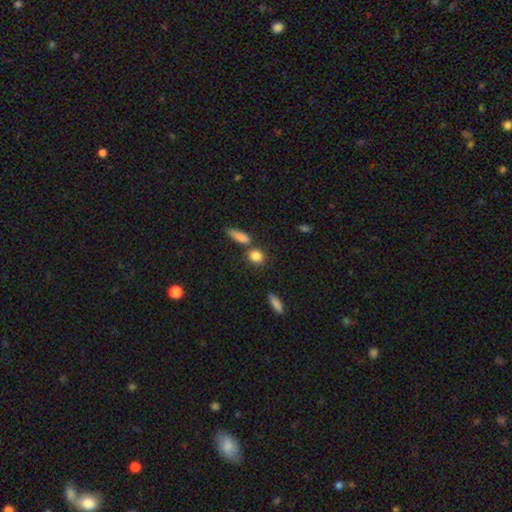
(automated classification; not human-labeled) Smooth or featured?
  - smooth: 84% *
  - star or artifact: 9%
  - featured or disk: 7%
How rounded?
  - round: 57% *
  - in between: 36%
  - cigar-shaped: 8%
Merging?
  - none: 68% *
  - merger: 17%
  - minor disturbance: 12%
  - major disturbance: 4%